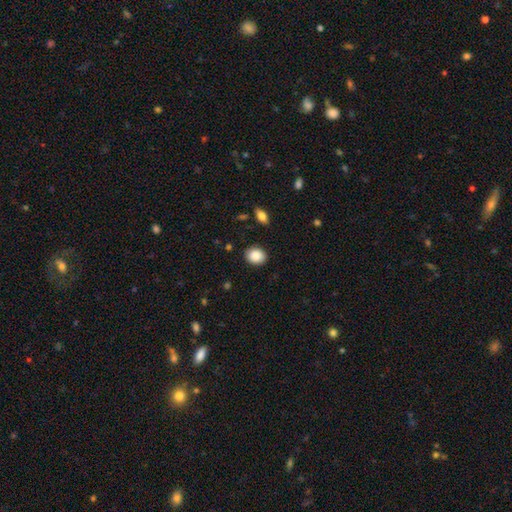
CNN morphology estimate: Smooth or featured: smooth — 88% (star or artifact — 8%)
How rounded: in between — 50% (round — 49%)
Merging: none — 88% (minor disturbance — 8%)